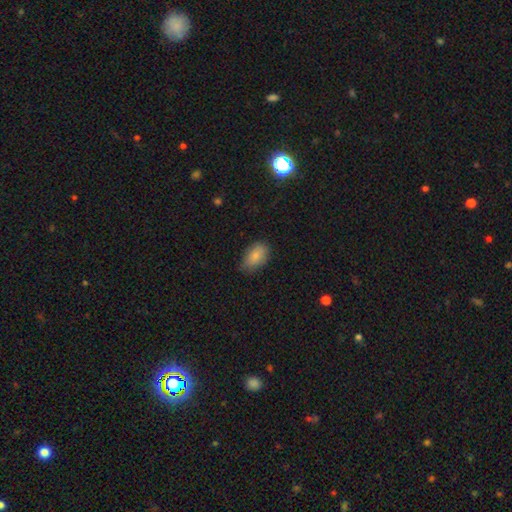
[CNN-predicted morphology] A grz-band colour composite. It shows a smooth galaxy with no disk features (83%) that is in between round and cigar-shaped (90%). Merging: none (70%).